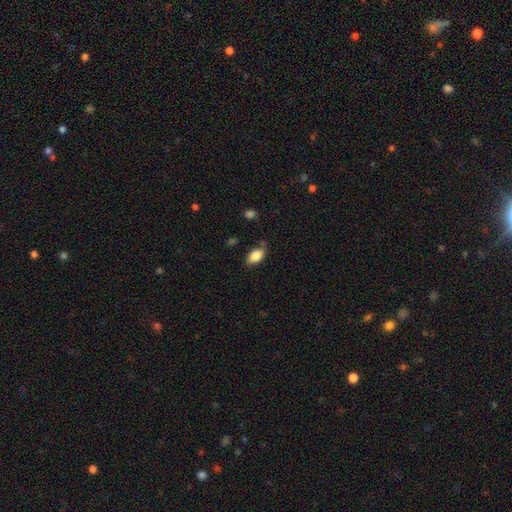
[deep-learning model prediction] Morphology: type=smooth (84%); roundness=in between (91%); merging=none (72%).